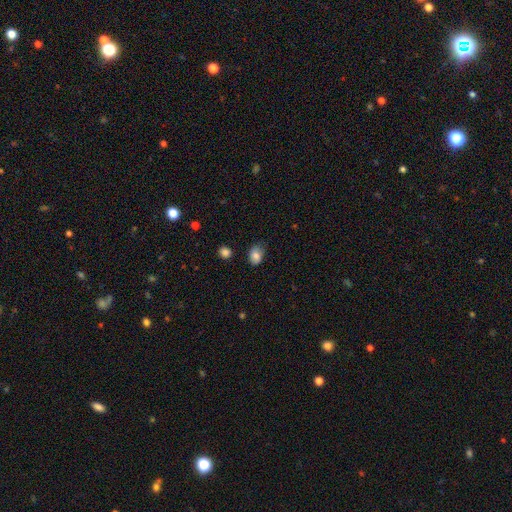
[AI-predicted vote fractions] smooth-or-featured: smooth: 80% | featured or disk: 11% | star or artifact: 9%
  how-rounded: in between: 72% | round: 27% | cigar-shaped: 1%
  merging: none: 63% | minor disturbance: 29% | major disturbance: 6% | merger: 2%